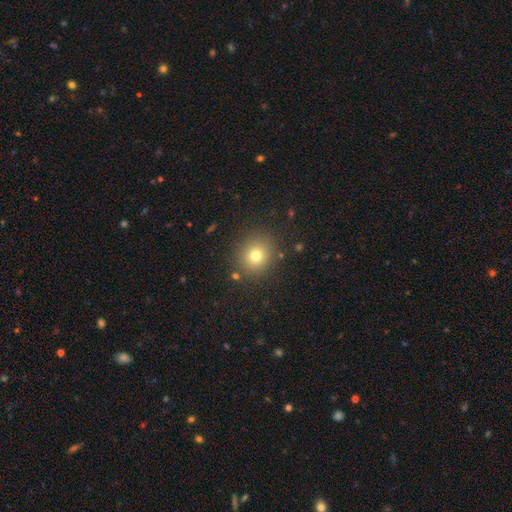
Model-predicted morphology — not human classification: Smooth or featured? Predicted: smooth (p=0.75). How rounded? Predicted: round (p=0.85). Merging? Predicted: none (p=0.87).